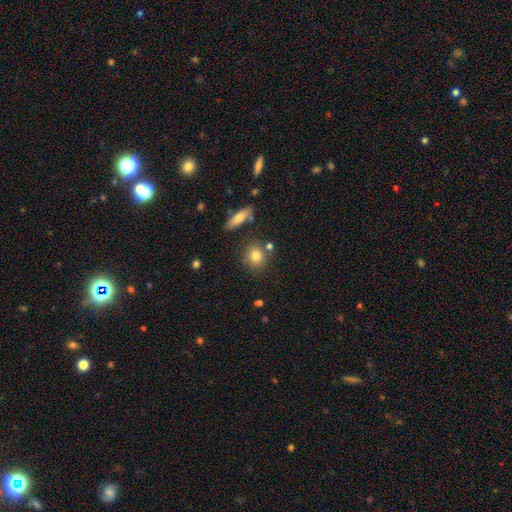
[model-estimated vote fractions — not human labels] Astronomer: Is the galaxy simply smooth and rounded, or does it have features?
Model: smooth — 79%.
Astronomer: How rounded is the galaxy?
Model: round — 80%.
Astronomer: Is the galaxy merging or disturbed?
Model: none — 77%.